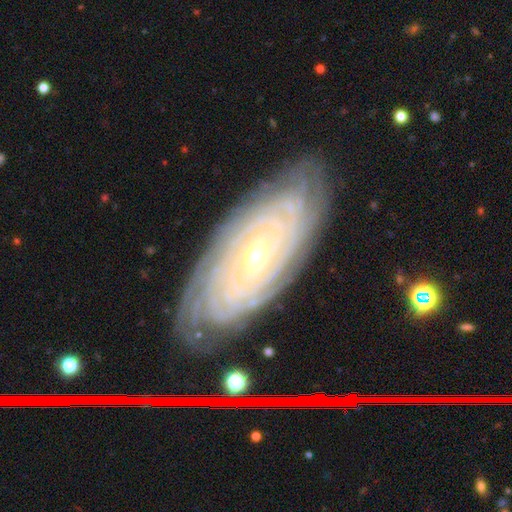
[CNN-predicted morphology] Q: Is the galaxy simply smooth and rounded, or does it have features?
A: featured or disk — 87%.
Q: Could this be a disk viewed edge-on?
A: no — 92%.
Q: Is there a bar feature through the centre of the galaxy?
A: no — 42%.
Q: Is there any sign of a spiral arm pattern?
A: yes — 97%.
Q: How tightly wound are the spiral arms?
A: tight — 88%.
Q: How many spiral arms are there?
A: can't tell — 38%.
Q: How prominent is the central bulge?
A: small — 58%.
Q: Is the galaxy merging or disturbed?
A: none — 81%.